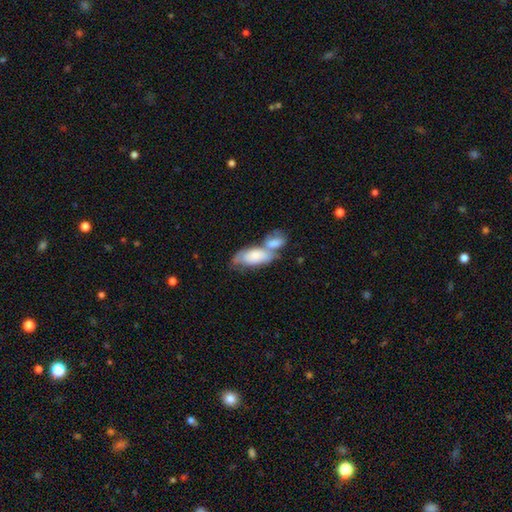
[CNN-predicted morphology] A smooth galaxy with no disk features (73%) that is in between round and cigar-shaped (88%). Merging: merger (65%).